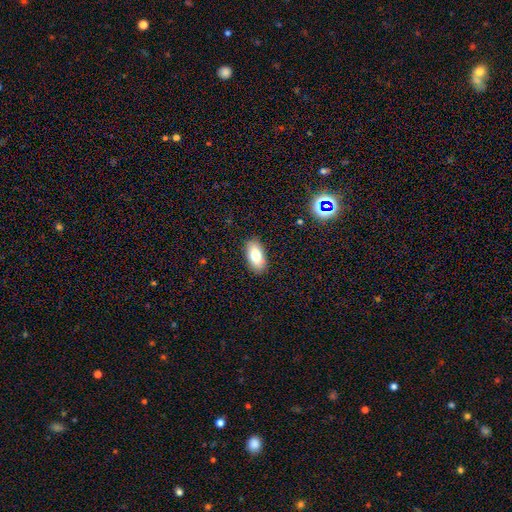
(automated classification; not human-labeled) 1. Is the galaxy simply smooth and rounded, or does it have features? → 79% smooth, 13% featured or disk, 8% star or artifact.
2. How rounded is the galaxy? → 92% in between, 4% cigar-shaped, 3% round.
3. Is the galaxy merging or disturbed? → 89% none, 8% minor disturbance, 2% major disturbance, 1% merger.